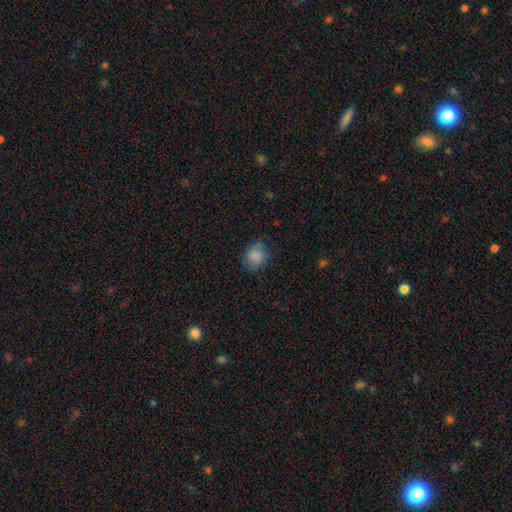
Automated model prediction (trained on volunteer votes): This appears to be a smooth galaxy with no disk features (83%) that is round (57%). Merging: none (70%).